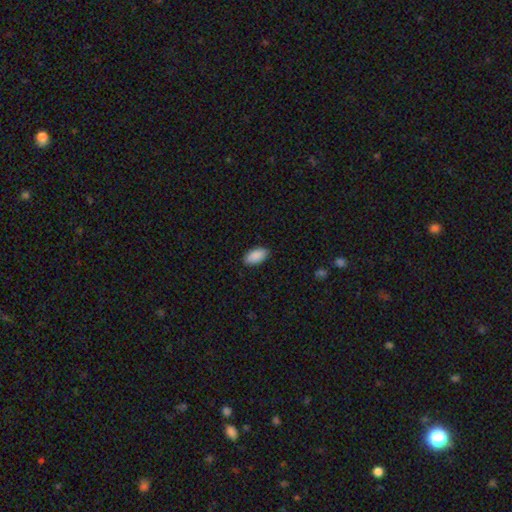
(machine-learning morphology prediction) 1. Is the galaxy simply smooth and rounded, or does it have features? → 90% smooth, 6% star or artifact, 3% featured or disk.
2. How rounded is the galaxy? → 95% in between, 2% round, 2% cigar-shaped.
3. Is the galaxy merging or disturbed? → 89% none, 8% minor disturbance, 2% major disturbance, 1% merger.